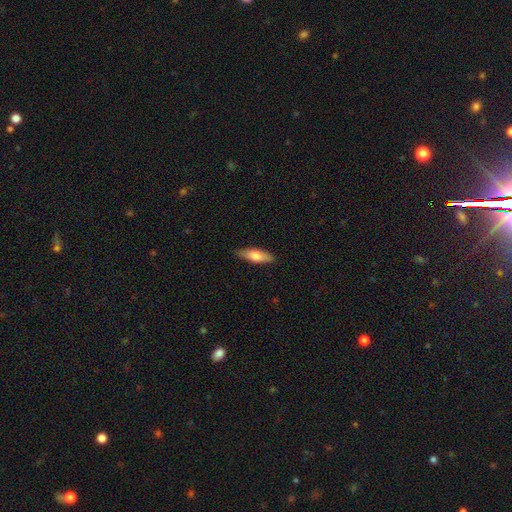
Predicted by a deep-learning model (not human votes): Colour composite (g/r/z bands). It shows a smooth galaxy with no disk features (70%) that is in between round and cigar-shaped (55%). Merging: none (84%).